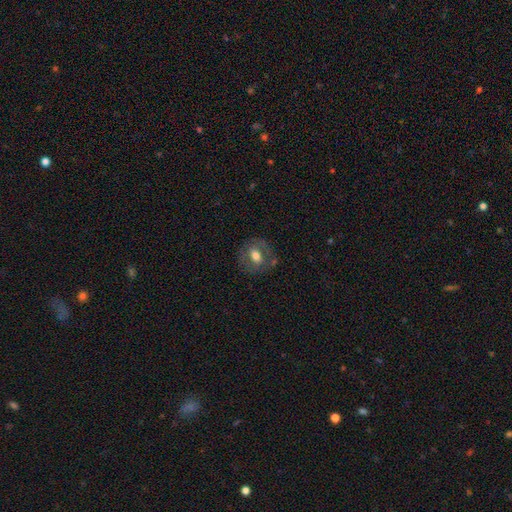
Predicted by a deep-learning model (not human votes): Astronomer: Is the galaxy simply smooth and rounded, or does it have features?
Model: smooth — 52% (runner-up: featured or disk, 40%).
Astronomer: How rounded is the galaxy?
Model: round — 66%.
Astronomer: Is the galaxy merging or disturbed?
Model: none — 72%.